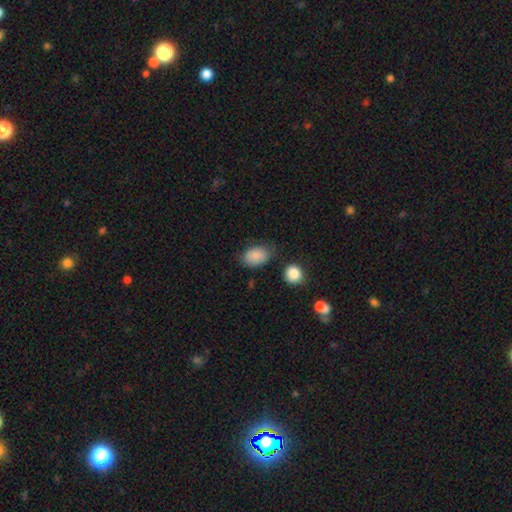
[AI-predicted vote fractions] A smooth galaxy with no disk features (86%) that is in between round and cigar-shaped (82%).

Vote fractions:
- Smooth or featured? smooth: 86% / star or artifact: 8% / featured or disk: 7%
- How rounded? in between: 82% / round: 17% / cigar-shaped: 1%
- Merging? none: 65% / minor disturbance: 24% / major disturbance: 6% / merger: 4%